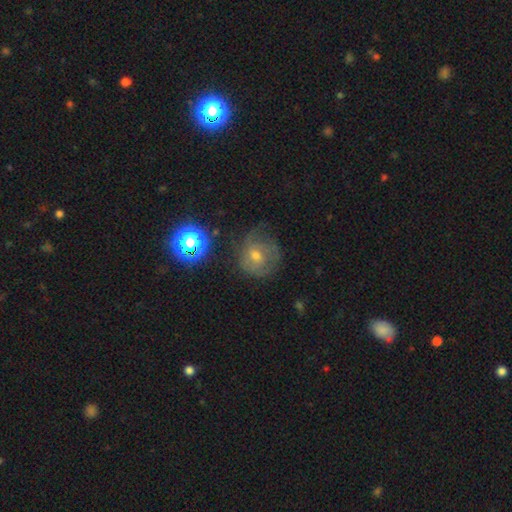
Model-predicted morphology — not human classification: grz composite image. It shows a featured or disk galaxy (45%). Merging: none (57%).